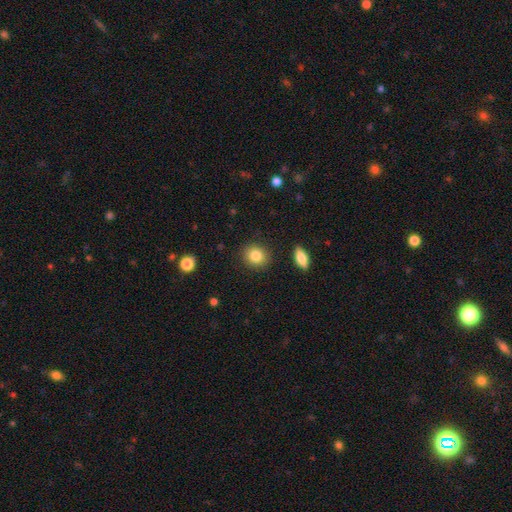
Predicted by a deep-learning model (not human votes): The model was most divided on "how rounded": round: 79%, in between: 20%, cigar-shaped: 1%. More confident: merging — none (89%); smooth or featured — smooth (84%).